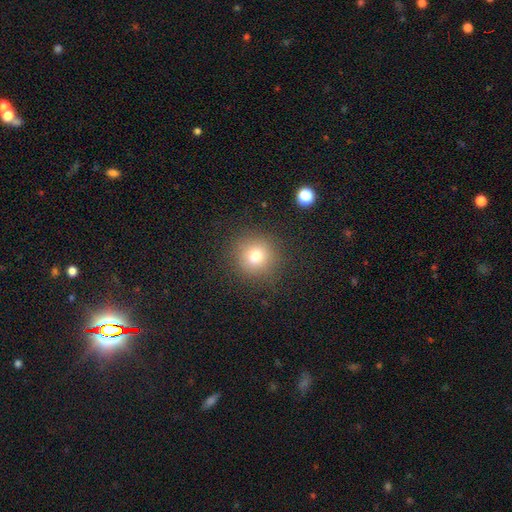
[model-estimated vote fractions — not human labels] The model was most divided on "smooth or featured": smooth: 77%, star or artifact: 14%, featured or disk: 9%. More confident: how rounded — round (92%); merging — none (88%).